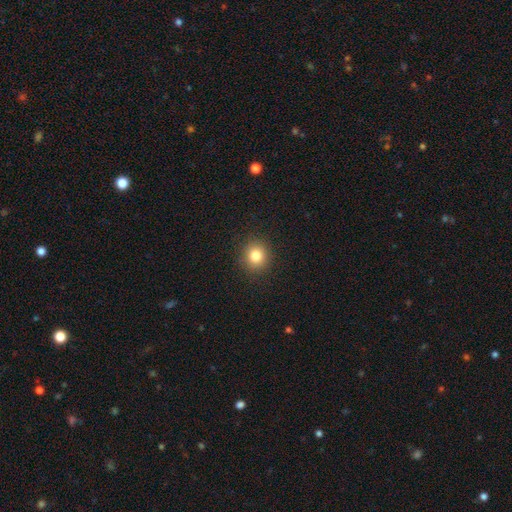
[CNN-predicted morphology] Overall: smooth (82%). How rounded: round (88%). Merging: none (91%).